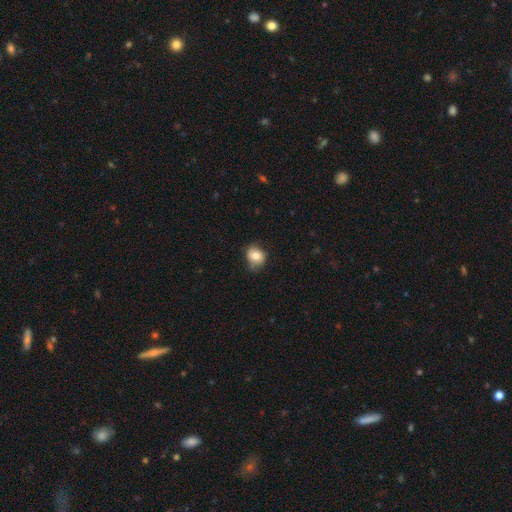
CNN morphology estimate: This is likely a smooth galaxy (75%). How rounded: possibly round (59%). Merging: likely none (62%).